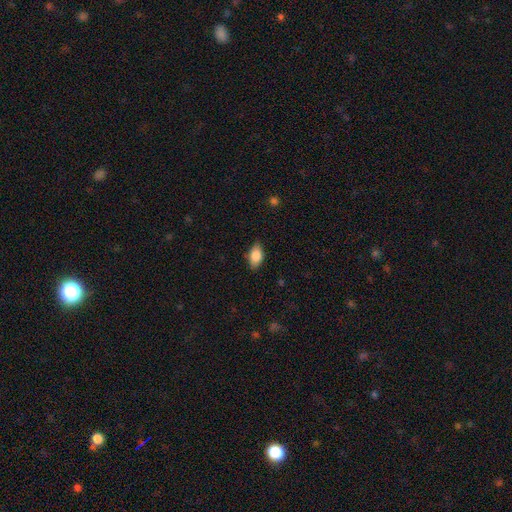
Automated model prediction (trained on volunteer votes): smooth_or_featured: smooth (p=0.83) [alt: featured or disk p=0.10]
how_rounded: in between (p=0.90) [alt: round p=0.06]
merging: none (p=0.82) [alt: minor disturbance p=0.15]